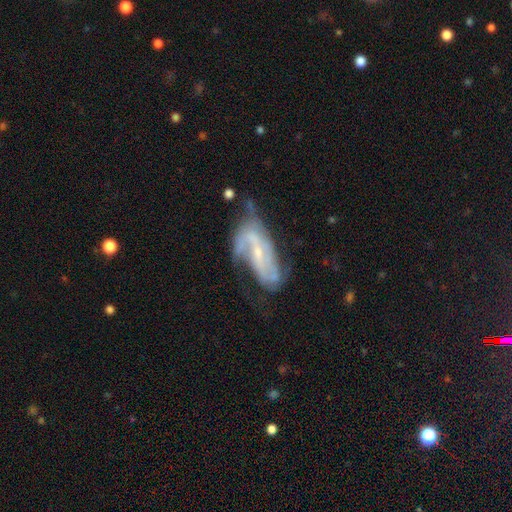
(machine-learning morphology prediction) Overall: featured or disk (78%). Edge-on disk: no (91%). Bar: weak (38%; no 36%). Spiral arms: yes (90%). Spiral arm count: 2 (59%; can't tell 19%). Spiral winding: medium (41%; loose 30%). Bulge size: small (71%). Merging: none (48%; minor disturbance 26%).